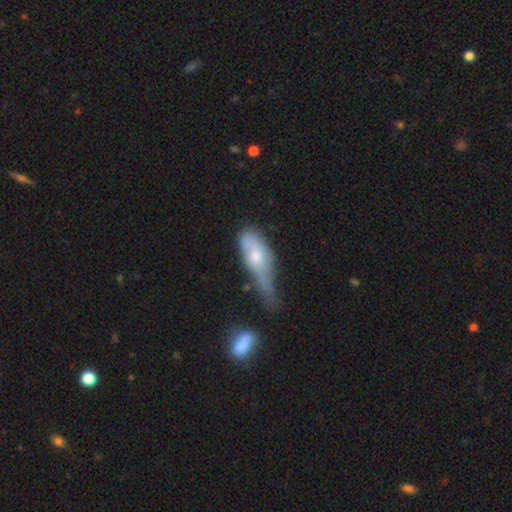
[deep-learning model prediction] Morphology: type=smooth (54%); roundness=in between (66%); merging=major disturbance (35%).